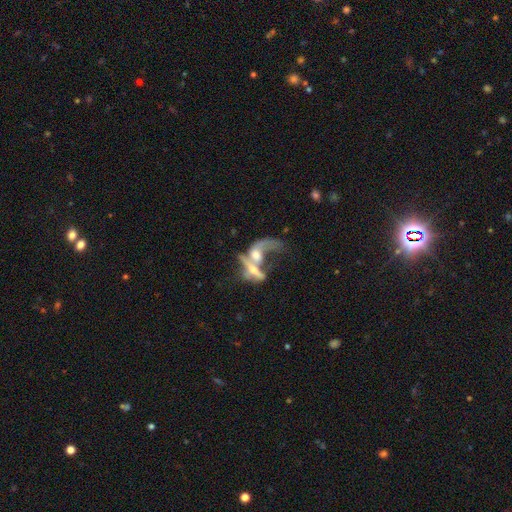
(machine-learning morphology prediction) Smooth or featured? featured or disk (68%)
Edge-on disk? no (84%)
Bar? no (62%)
Spiral arms? yes (60%)
Bulge size? moderate (51%)
Merging? merger (71%)